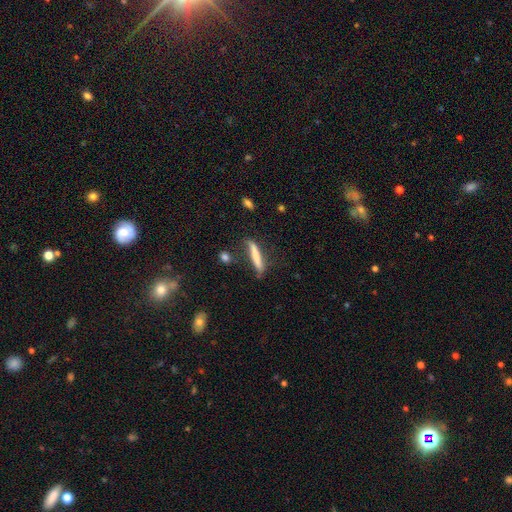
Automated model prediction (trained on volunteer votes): smooth-or-featured: smooth: 68% | featured or disk: 25% | star or artifact: 7%
  how-rounded: cigar-shaped: 93% | in between: 6% | round: 2%
  merging: none: 68% | minor disturbance: 20% | major disturbance: 8% | merger: 4%